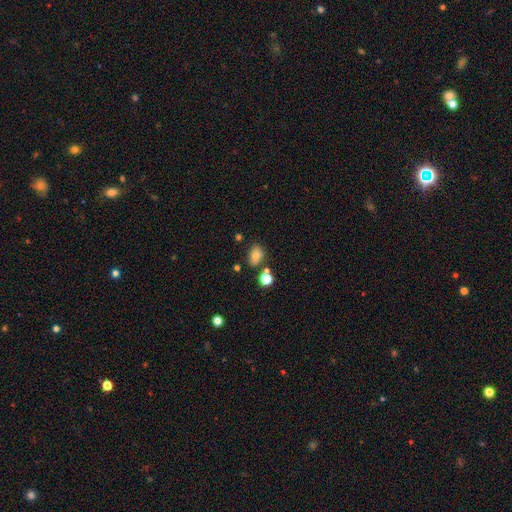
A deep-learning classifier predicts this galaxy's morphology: smooth_or_featured: smooth (p=0.71) [alt: star or artifact p=0.15]
how_rounded: in between (p=0.63) [alt: round p=0.35]
merging: none (p=0.70) [alt: minor disturbance p=0.16]